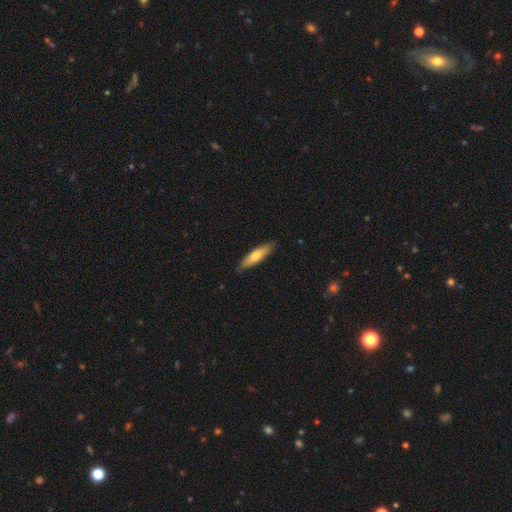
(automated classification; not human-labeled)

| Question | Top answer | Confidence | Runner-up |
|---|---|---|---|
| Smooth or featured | smooth | 67% | featured or disk (27%) |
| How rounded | cigar-shaped | 69% | in between (29%) |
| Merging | none | 87% | minor disturbance (11%) |